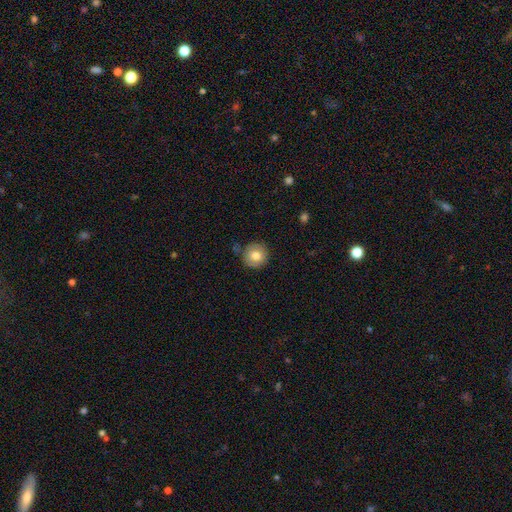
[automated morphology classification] smooth-or-featured: smooth: 80% | featured or disk: 12% | star or artifact: 8%
  how-rounded: round: 94% | in between: 5% | cigar-shaped: 1%
  merging: none: 83% | minor disturbance: 11% | merger: 3% | major disturbance: 3%